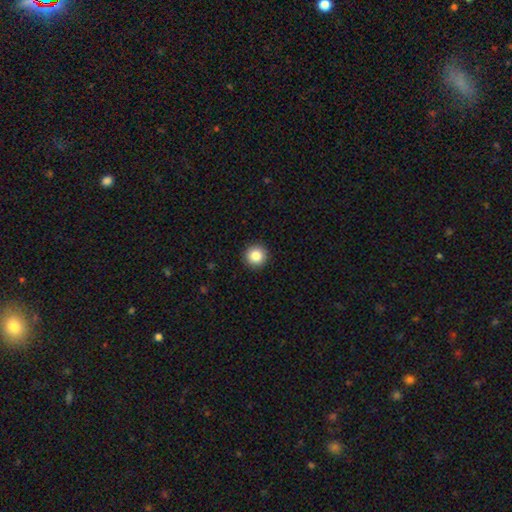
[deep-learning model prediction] Smooth or featured? smooth (85%)
How rounded? round (96%)
Merging? none (93%)